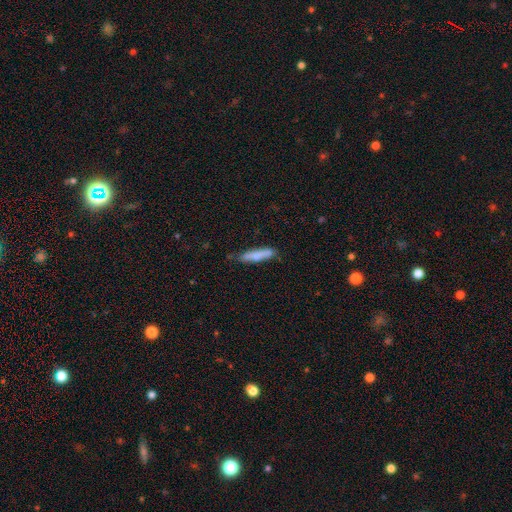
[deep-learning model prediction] Smooth or featured? smooth (75%)
How rounded? cigar-shaped (85%)
Merging? none (77%)